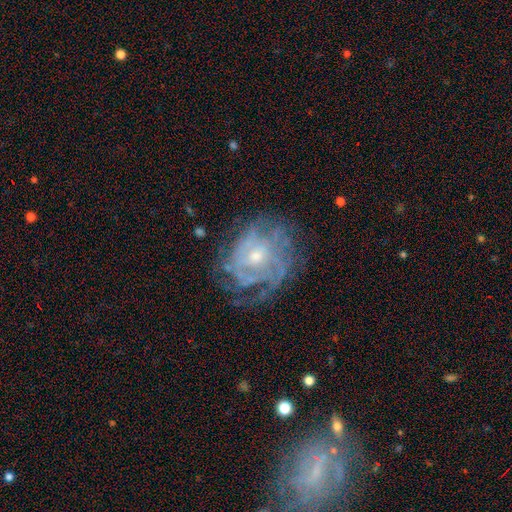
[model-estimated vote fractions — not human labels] featured or disk 79%, smooth 13%, star or artifact 8%. Down the decision tree: edge-on disk — no (97%); bar — no (71%); spiral arms — yes (77%); spiral arm count — can't tell (55%); spiral winding — tight (60%); bulge size — small (56%); merging — none (59%).